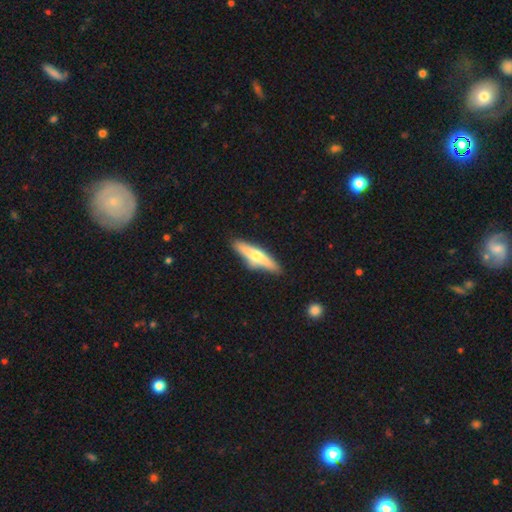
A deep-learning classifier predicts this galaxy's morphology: This is possibly a smooth galaxy (54%). How rounded: clearly cigar-shaped (80%). Merging: clearly none (80%).